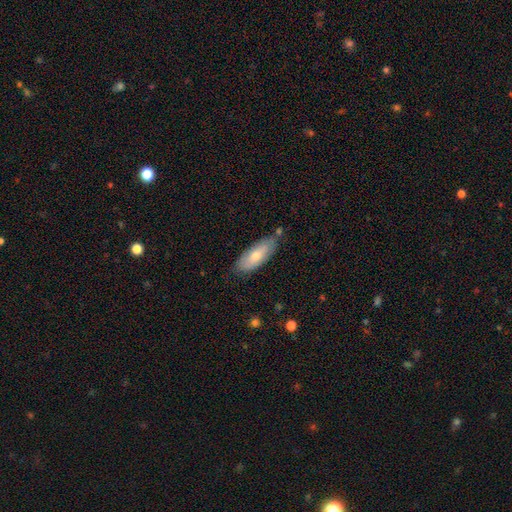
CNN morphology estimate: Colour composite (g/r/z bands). It shows a smooth galaxy with no disk features (64%) that is in between round and cigar-shaped (74%). Merging: none (74%).